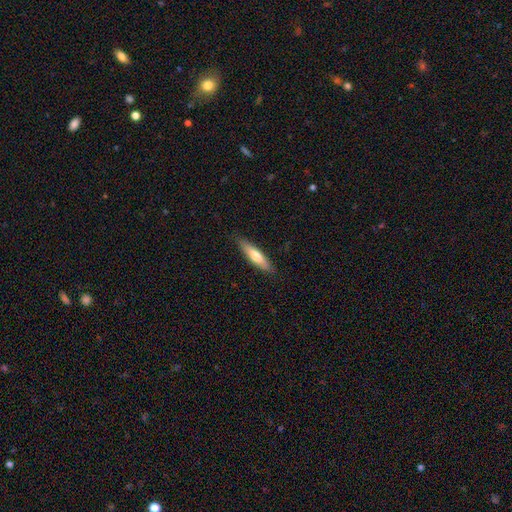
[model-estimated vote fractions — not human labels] Overall: smooth (67%; featured or disk 28%). How rounded: cigar-shaped (73%). Merging: none (85%).